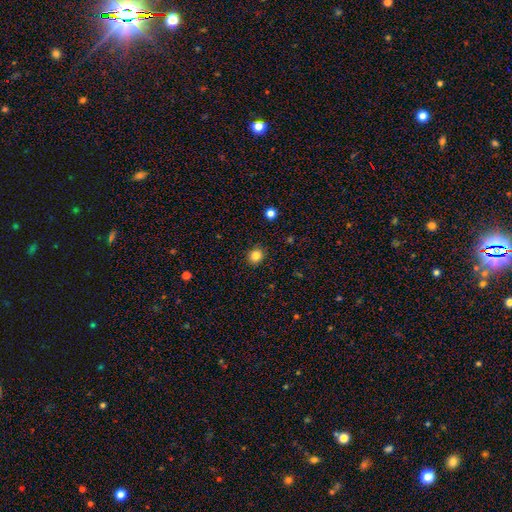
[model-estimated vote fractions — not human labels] Morphology: type=smooth (84%); roundness=round (78%); merging=none (91%).